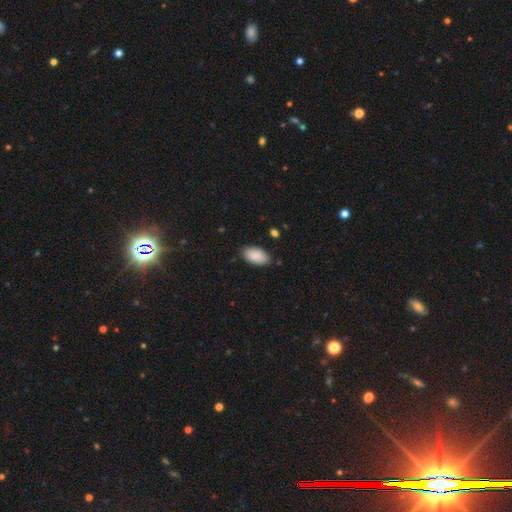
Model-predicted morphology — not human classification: A smooth galaxy with no disk features (90%) that is in between round and cigar-shaped (95%).

Vote fractions:
- Smooth or featured? smooth: 90% / star or artifact: 6% / featured or disk: 4%
- How rounded? in between: 95% / round: 3% / cigar-shaped: 2%
- Merging? none: 82% / minor disturbance: 14% / major disturbance: 3% / merger: 2%